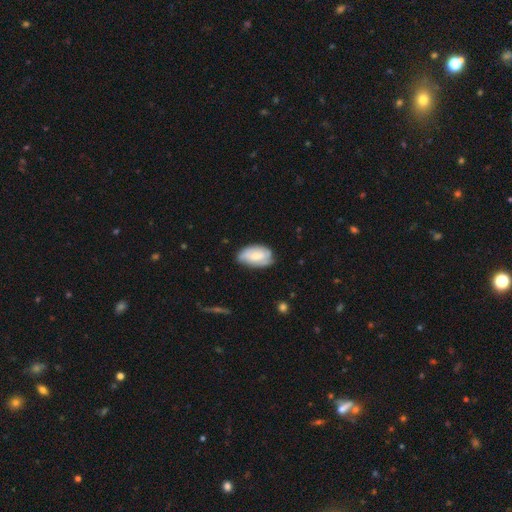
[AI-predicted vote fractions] Q: Smooth or featured?
A: smooth (53%); runner-up: featured or disk (41%)
Q: How rounded?
A: in between (92%); runner-up: round (6%)
Q: Merging?
A: none (61%); runner-up: minor disturbance (31%)